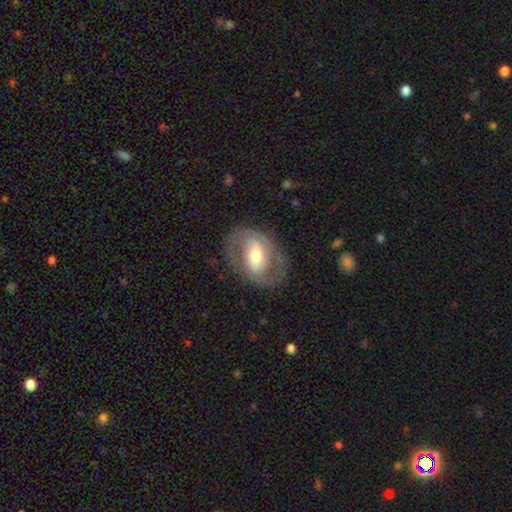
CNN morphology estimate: featured or disk 69%, smooth 25%, star or artifact 6%. Down the decision tree: edge-on disk — no (94%); bar — weak (38%); spiral arms — yes (67%); bulge size — moderate (66%); merging — none (74%).